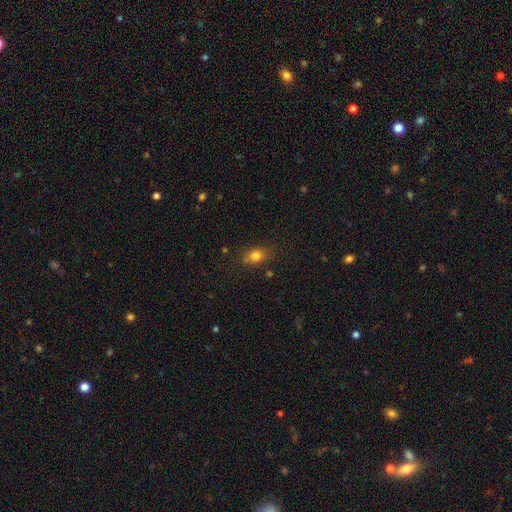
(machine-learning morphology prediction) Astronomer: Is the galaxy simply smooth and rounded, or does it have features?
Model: smooth — 79%.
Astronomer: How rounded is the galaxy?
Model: in between — 55% (runner-up: round, 42%).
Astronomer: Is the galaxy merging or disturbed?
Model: none — 76%.